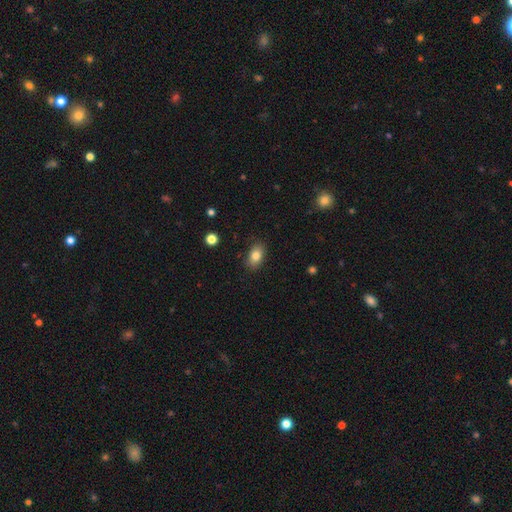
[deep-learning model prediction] Smooth or featured?
  - smooth: 83% *
  - featured or disk: 9%
  - star or artifact: 8%
How rounded?
  - in between: 88% *
  - round: 10%
  - cigar-shaped: 2%
Merging?
  - none: 86% *
  - minor disturbance: 10%
  - major disturbance: 2%
  - merger: 1%